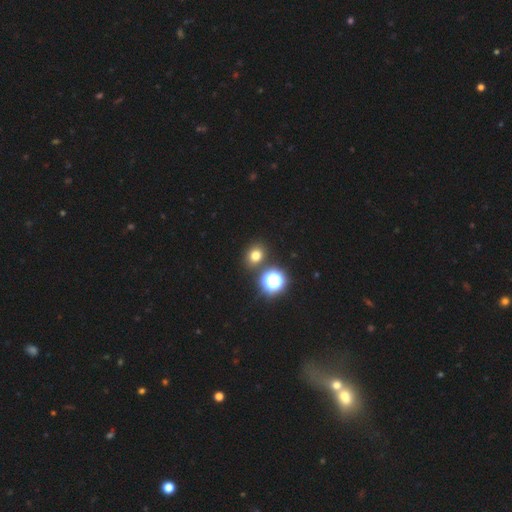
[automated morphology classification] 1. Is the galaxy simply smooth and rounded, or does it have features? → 71% smooth, 22% star or artifact, 6% featured or disk.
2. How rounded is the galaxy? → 68% round, 30% in between, 1% cigar-shaped.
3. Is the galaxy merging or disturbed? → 81% none, 8% merger, 8% minor disturbance, 3% major disturbance.